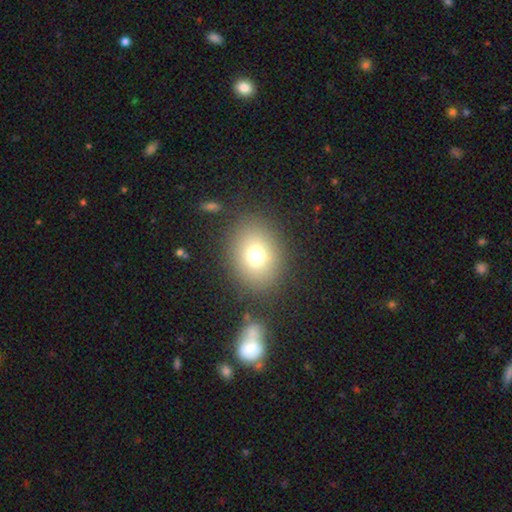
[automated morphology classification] Smooth or featured: smooth — 74% (star or artifact — 13%)
How rounded: in between — 51% (round — 48%)
Merging: none — 82% (minor disturbance — 10%)